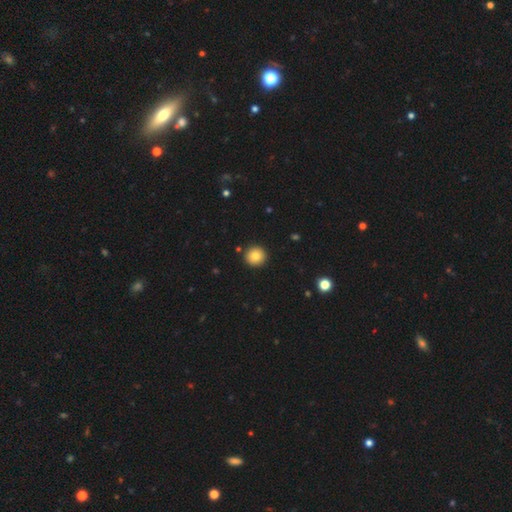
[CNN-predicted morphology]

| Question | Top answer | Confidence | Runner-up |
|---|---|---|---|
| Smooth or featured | smooth | 82% | star or artifact (10%) |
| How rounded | round | 95% | in between (4%) |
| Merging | none | 92% | minor disturbance (5%) |